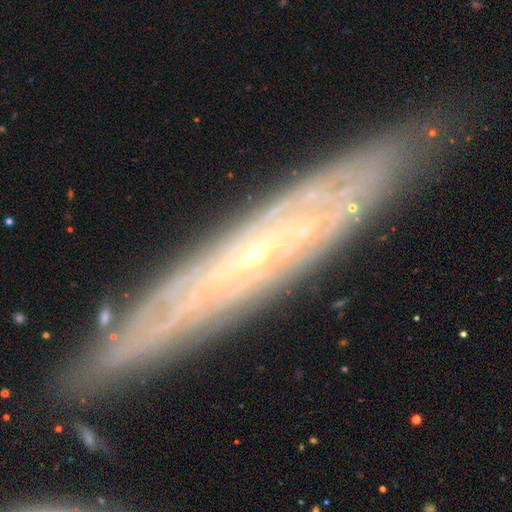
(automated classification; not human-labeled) This is likely a featured or disk galaxy (79%). It is possibly viewed edge-on (54%). Merging: clearly none (82%).